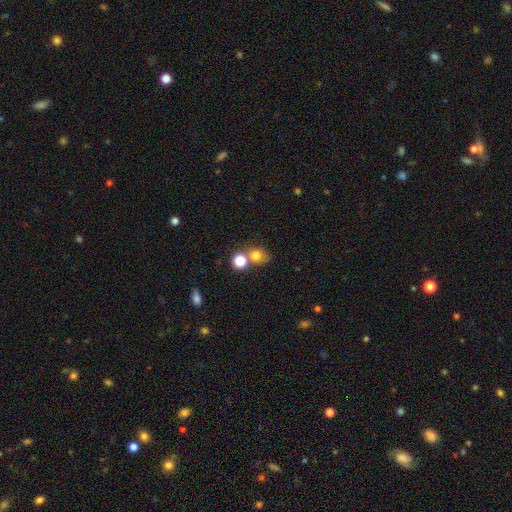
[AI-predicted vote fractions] This is likely a smooth galaxy (76%). How rounded: likely round (72%). Merging: possibly none (47%).